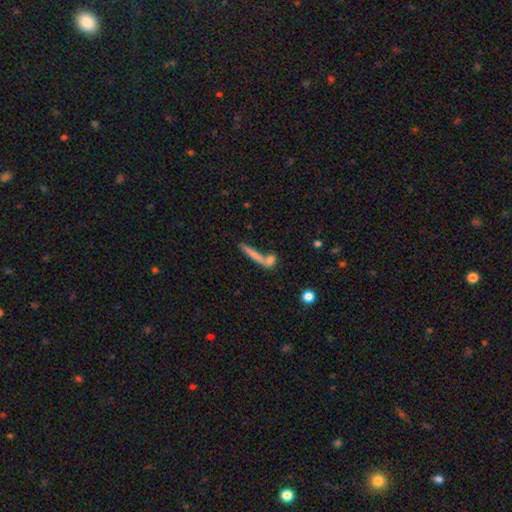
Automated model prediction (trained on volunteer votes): Smooth or featured?
  - smooth: 61% *
  - featured or disk: 28%
  - star or artifact: 11%
How rounded?
  - cigar-shaped: 86% *
  - in between: 10%
  - round: 5%
Merging?
  - none: 50% *
  - merger: 33%
  - minor disturbance: 10%
  - major disturbance: 7%